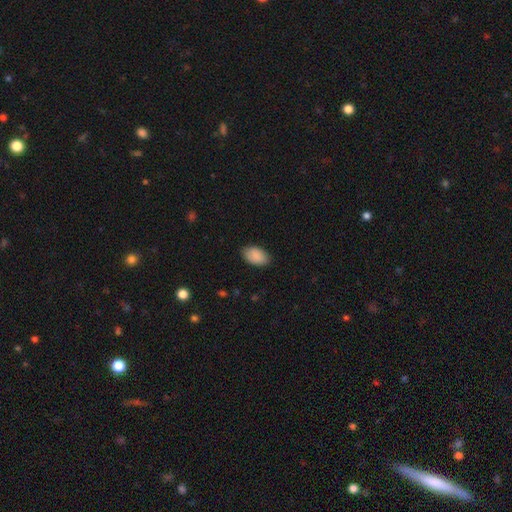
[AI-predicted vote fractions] smooth-or-featured: smooth: 90% | star or artifact: 6% | featured or disk: 4%
  how-rounded: in between: 93% | round: 5% | cigar-shaped: 1%
  merging: none: 84% | minor disturbance: 12% | major disturbance: 2% | merger: 1%